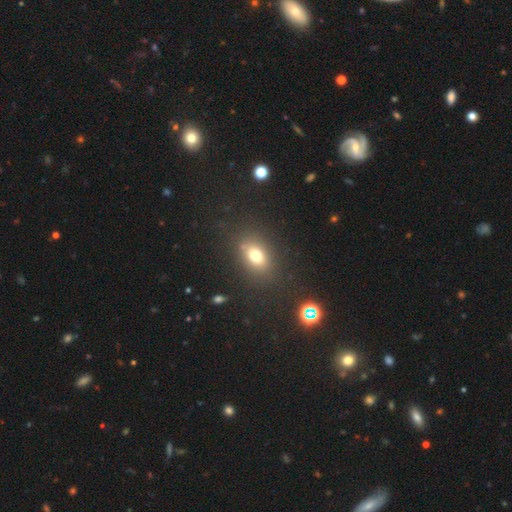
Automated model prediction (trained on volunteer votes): A smooth galaxy with no disk features (73%) that is in between round and cigar-shaped (70%).

Vote fractions:
- Smooth or featured? smooth: 73% / star or artifact: 15% / featured or disk: 12%
- How rounded? in between: 70% / round: 27% / cigar-shaped: 3%
- Merging? none: 81% / minor disturbance: 11% / major disturbance: 5% / merger: 3%